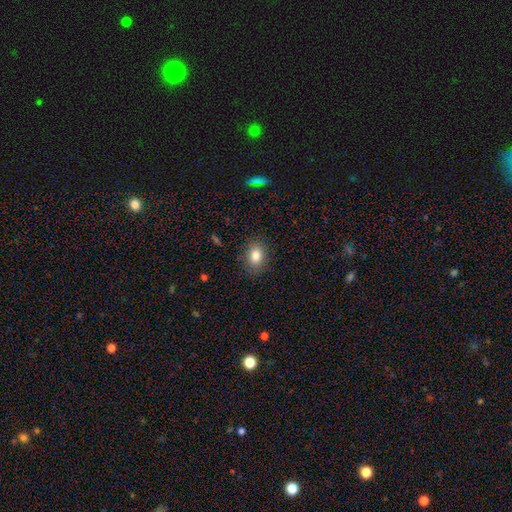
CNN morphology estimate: smooth-or-featured: smooth: 83% | star or artifact: 9% | featured or disk: 7%
  how-rounded: in between: 71% | round: 28% | cigar-shaped: 1%
  merging: none: 86% | minor disturbance: 10% | major disturbance: 3% | merger: 1%